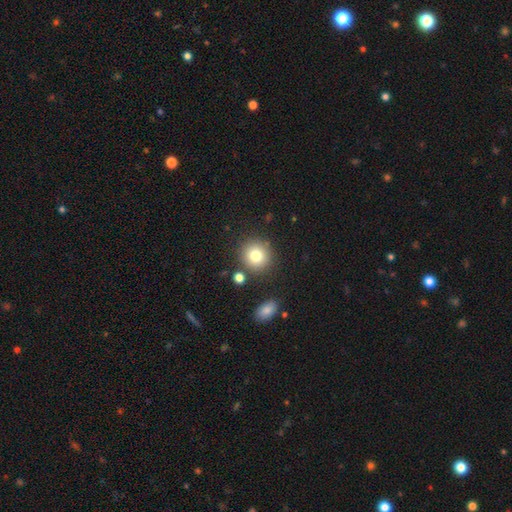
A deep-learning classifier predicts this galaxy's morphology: A smooth galaxy with no disk features (79%) that is round (91%).

Vote fractions:
- Smooth or featured? smooth: 79% / star or artifact: 11% / featured or disk: 10%
- How rounded? round: 91% / in between: 8% / cigar-shaped: 1%
- Merging? none: 82% / minor disturbance: 8% / merger: 6% / major disturbance: 3%